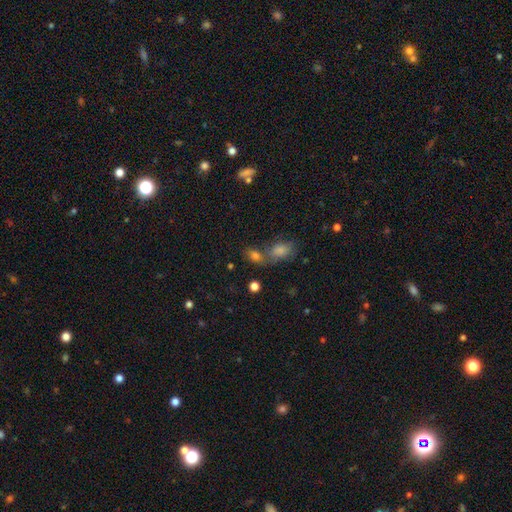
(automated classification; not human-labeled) This is likely a smooth galaxy (70%). How rounded: likely in between (70%). Merging: marginally none (42%, tied with merger).